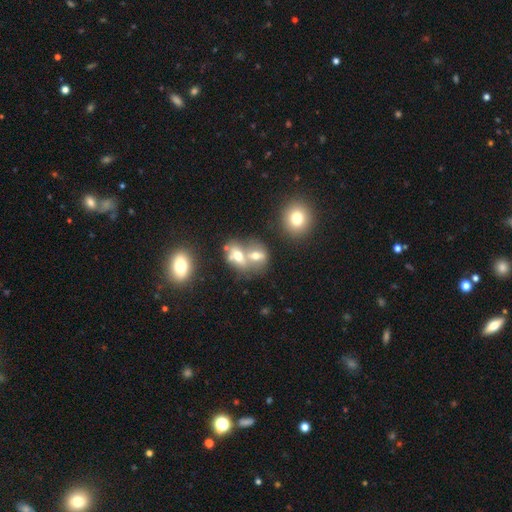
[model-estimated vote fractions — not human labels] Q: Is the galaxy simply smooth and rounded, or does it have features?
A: smooth — 60%.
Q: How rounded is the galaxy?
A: in between — 58%.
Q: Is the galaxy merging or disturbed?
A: merger — 66%.